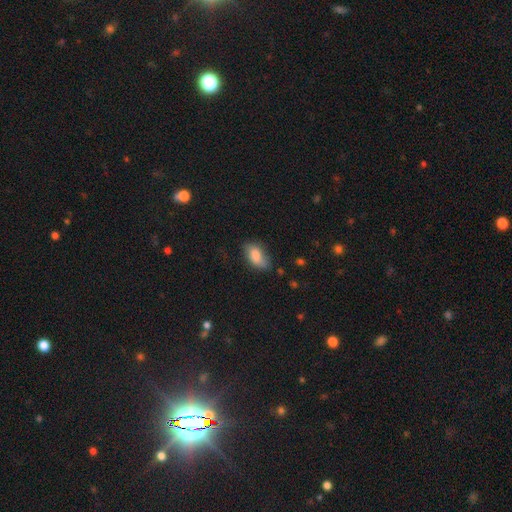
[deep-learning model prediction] This is clearly a smooth galaxy (82%). How rounded: clearly in between (91%). Merging: likely none (62%).